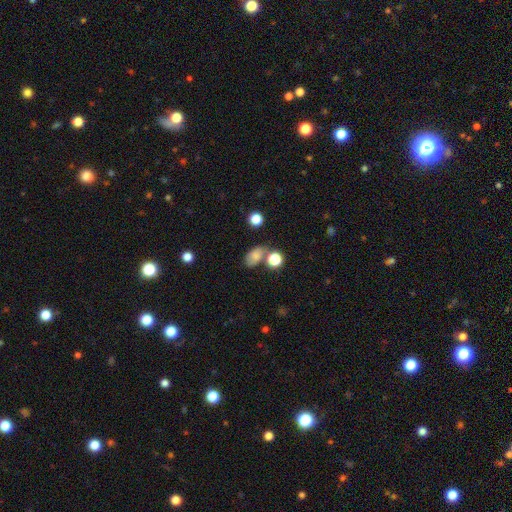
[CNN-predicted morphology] Overall: smooth (70%). How rounded: in between (80%). Merging: none (50%; minor disturbance 21%).